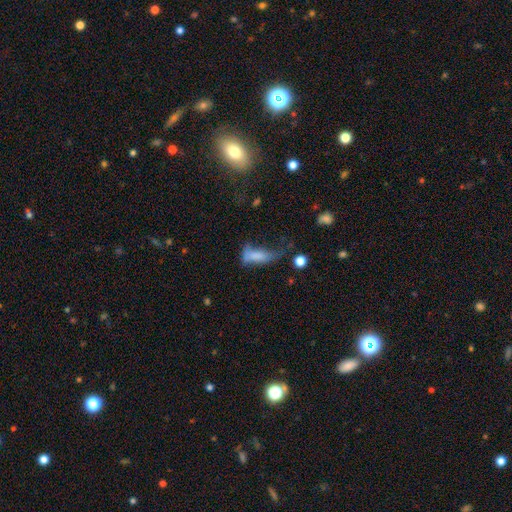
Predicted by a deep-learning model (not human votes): smooth-or-featured: smooth: 66% | featured or disk: 23% | star or artifact: 11%
  how-rounded: in between: 72% | cigar-shaped: 24% | round: 4%
  merging: major disturbance: 50% | minor disturbance: 22% | none: 18% | merger: 10%